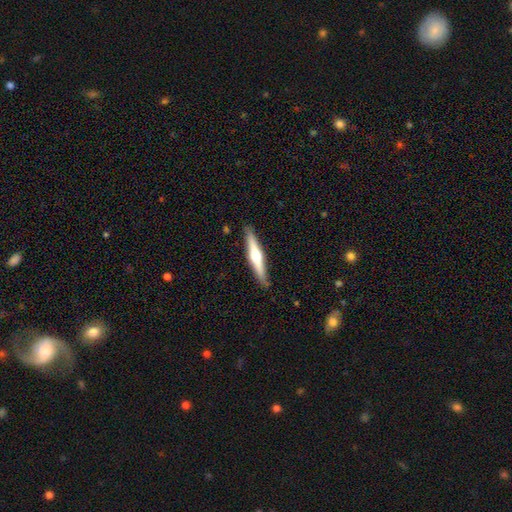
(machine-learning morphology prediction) Overall: featured or disk (62%; smooth 33%). Edge-on disk: yes (97%). Edge-on bulge: rounded (91%). Merging: none (89%).